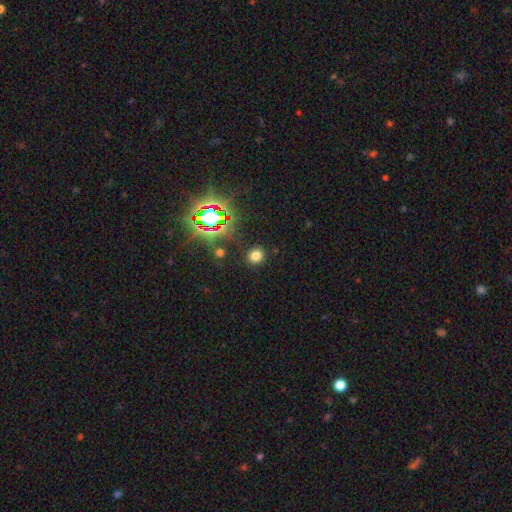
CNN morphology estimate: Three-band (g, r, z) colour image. It shows a smooth galaxy with no disk features (72%) that is round (88%). Merging: none (88%).